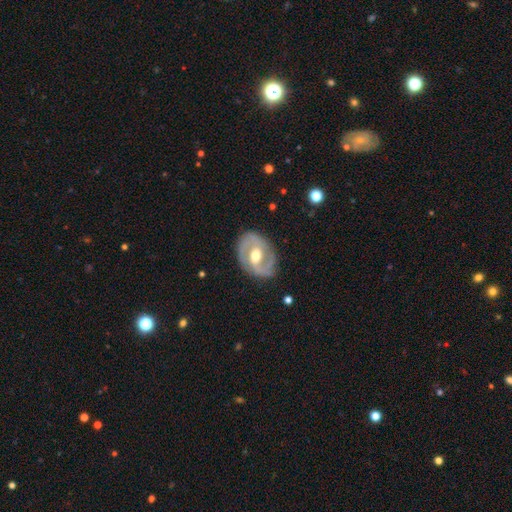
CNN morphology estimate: Smooth or featured? Predicted: featured or disk (p=0.81). Edge-on disk? Predicted: no (p=0.96). Bar? Predicted: weak (p=0.48). Spiral arms? Predicted: yes (p=0.83). Spiral winding? Predicted: medium (p=0.48). Spiral arm count? Predicted: 2 (p=0.86). Bulge size? Predicted: moderate (p=0.76). Merging? Predicted: none (p=0.82).